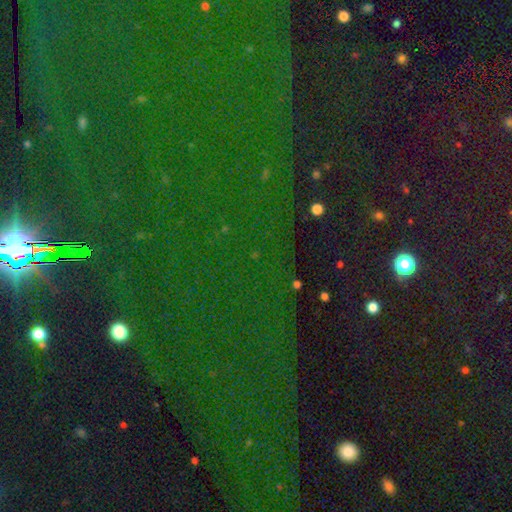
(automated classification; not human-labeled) Smooth or featured? Predicted: star or artifact (p=0.81).